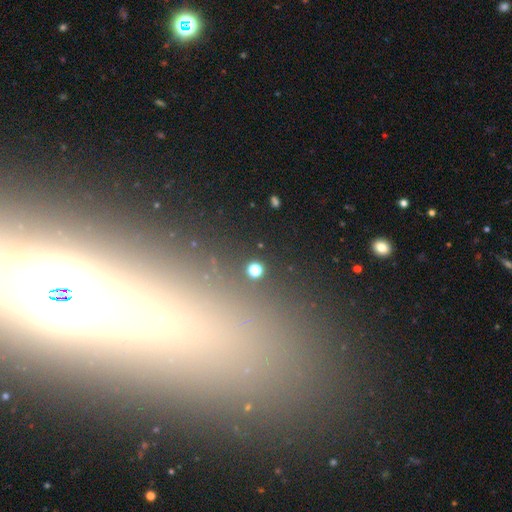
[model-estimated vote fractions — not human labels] smooth_or_featured: featured or disk (p=0.51) [alt: star or artifact p=0.27]
disk_edge_on: yes (p=0.75) [alt: no p=0.25]
merging: none (p=0.83) [alt: minor disturbance p=0.09]